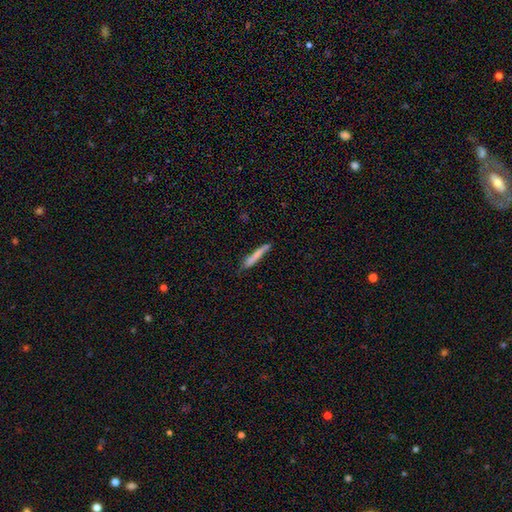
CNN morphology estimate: This appears to be a smooth galaxy with no disk features (76%) that is cigar-shaped (94%). Merging: none (73%).